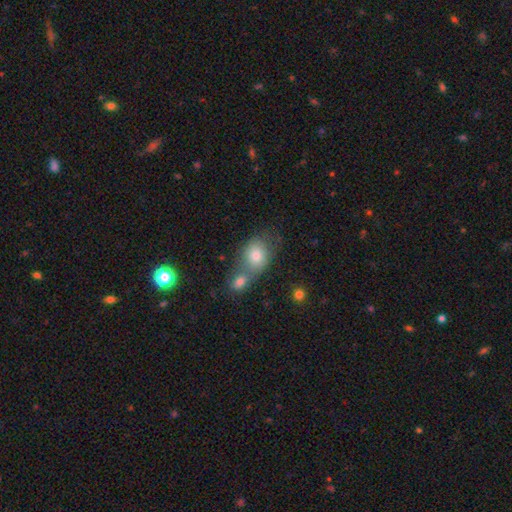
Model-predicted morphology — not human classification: This appears to be a smooth galaxy with no disk features (78%) that is in between round and cigar-shaped (57%). Merging: merger (47%).